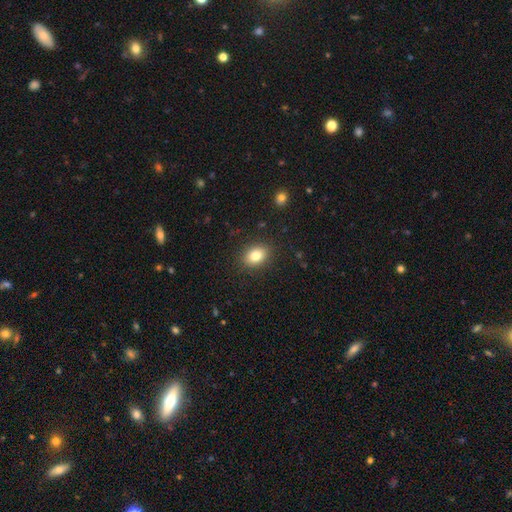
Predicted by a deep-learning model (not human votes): A smooth galaxy with no disk features (82%) that is in between round and cigar-shaped (76%). Merging: none (87%).